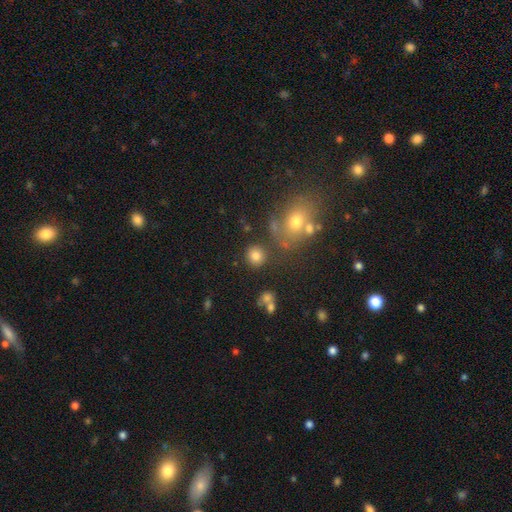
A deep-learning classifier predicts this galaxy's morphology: Overall: smooth (81%). How rounded: round (86%). Merging: none (80%).